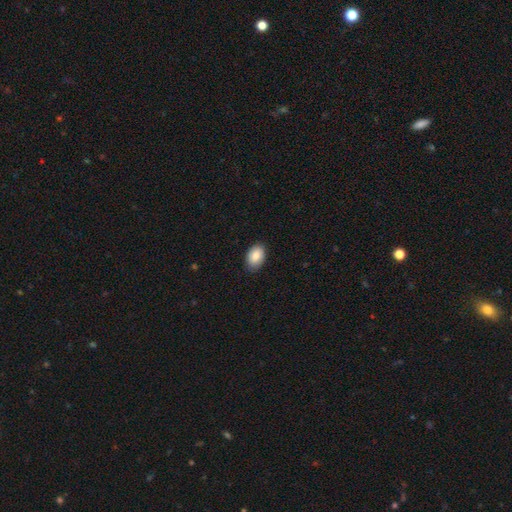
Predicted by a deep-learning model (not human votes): This is clearly a smooth galaxy (84%). How rounded: clearly in between (87%). Merging: clearly none (86%).